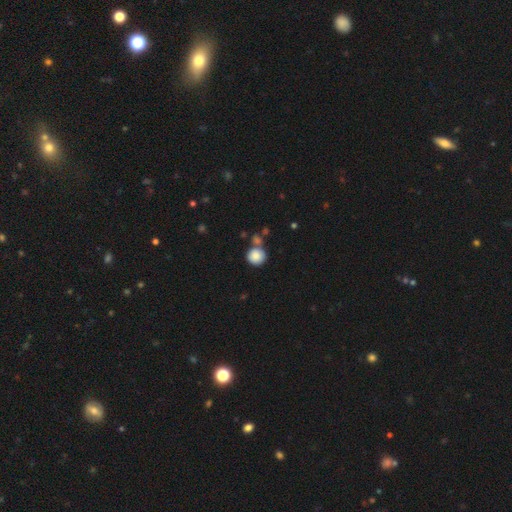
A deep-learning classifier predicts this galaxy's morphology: smooth_or_featured: smooth (p=0.85) [alt: star or artifact p=0.09]
how_rounded: round (p=0.92) [alt: in between p=0.07]
merging: none (p=0.66) [alt: merger p=0.19]